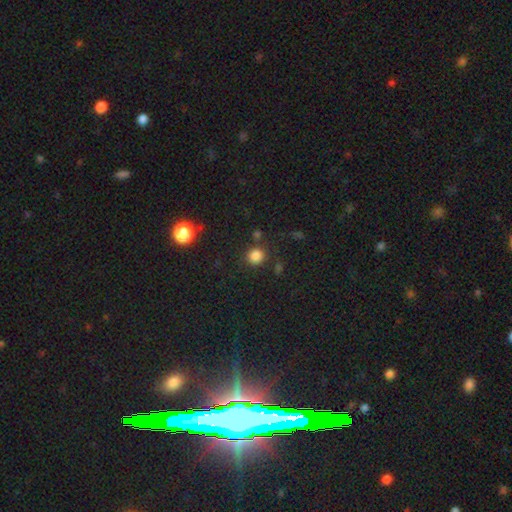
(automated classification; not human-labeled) A smooth galaxy with no disk features (83%) that is round (89%).

Vote fractions:
- Smooth or featured? smooth: 83% / star or artifact: 13% / featured or disk: 4%
- How rounded? round: 89% / in between: 11% / cigar-shaped: 1%
- Merging? none: 84% / minor disturbance: 8% / merger: 5% / major disturbance: 3%